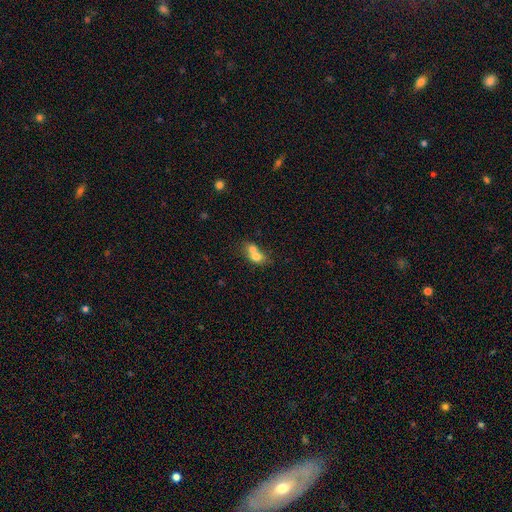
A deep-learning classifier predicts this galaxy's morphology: Smooth or featured?
  - smooth: 69% *
  - featured or disk: 21%
  - star or artifact: 10%
How rounded?
  - round: 53% *
  - in between: 44%
  - cigar-shaped: 2%
Merging?
  - merger: 72% *
  - none: 19%
  - minor disturbance: 6%
  - major disturbance: 3%